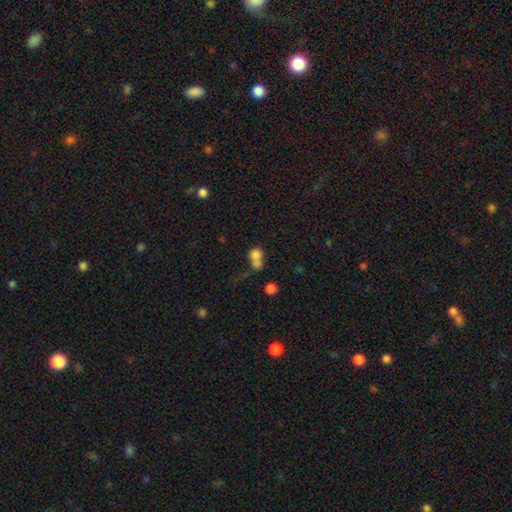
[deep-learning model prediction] Smooth or featured? Predicted: smooth (p=0.75). How rounded? Predicted: round (p=0.70). Merging? Predicted: merger (p=0.58).